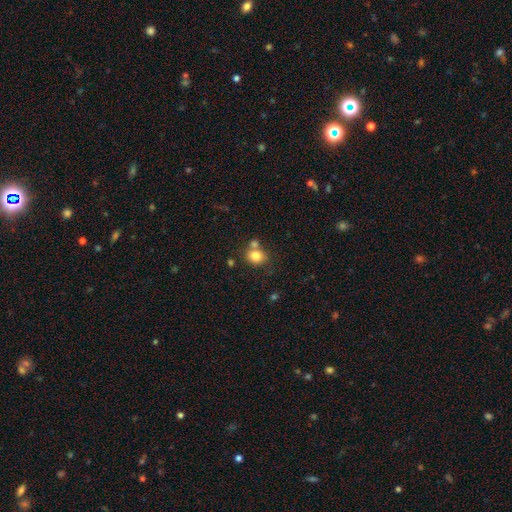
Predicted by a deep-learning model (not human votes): Smooth or featured? smooth (80%)
How rounded? round (64%)
Merging? none (56%)